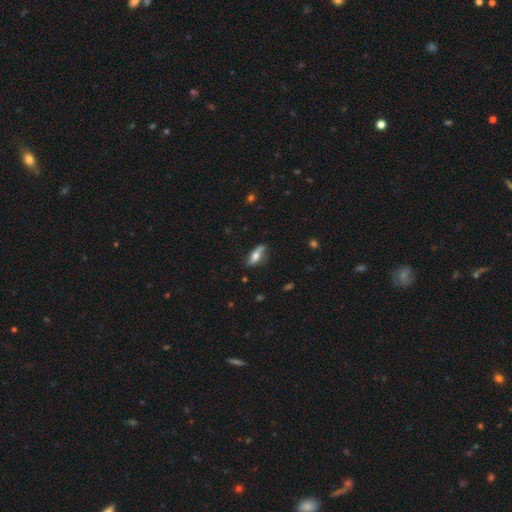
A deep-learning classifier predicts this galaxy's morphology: Smooth or featured: smooth — 48% (featured or disk — 45%)
Merging: none — 66% (minor disturbance — 24%)